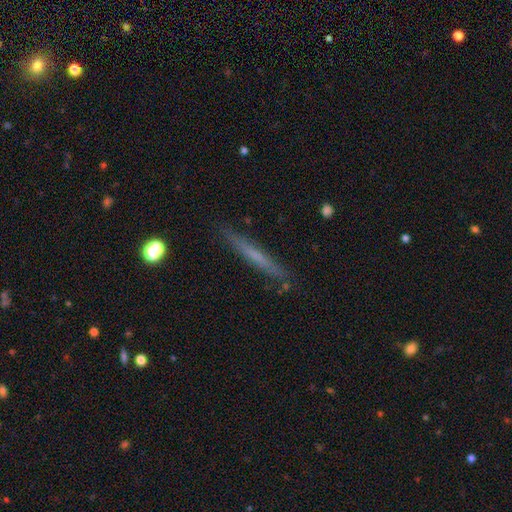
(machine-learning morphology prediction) The model was most divided on "smooth or featured": smooth: 48%, featured or disk: 44%, star or artifact: 8%. More confident: merging — none (87%).